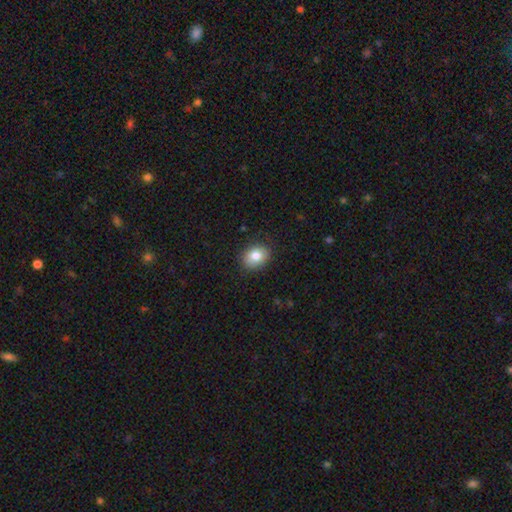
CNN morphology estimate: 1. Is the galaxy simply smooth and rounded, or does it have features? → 81% smooth, 10% featured or disk, 9% star or artifact.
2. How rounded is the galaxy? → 55% in between, 44% round, 1% cigar-shaped.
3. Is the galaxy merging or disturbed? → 86% none, 10% minor disturbance, 2% major disturbance, 1% merger.